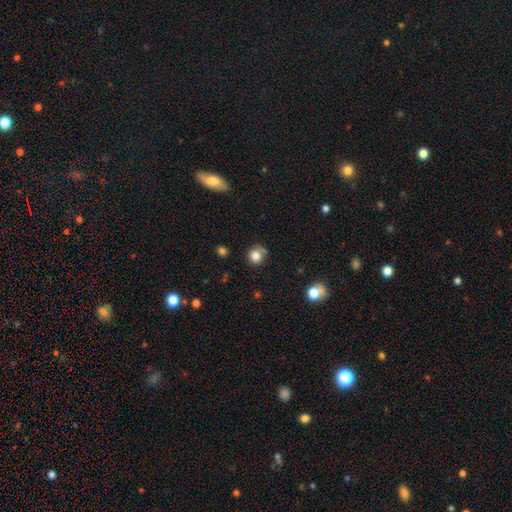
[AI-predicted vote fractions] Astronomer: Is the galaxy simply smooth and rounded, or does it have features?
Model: smooth — 82%.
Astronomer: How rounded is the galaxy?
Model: round — 87%.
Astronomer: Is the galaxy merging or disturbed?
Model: none — 70%.